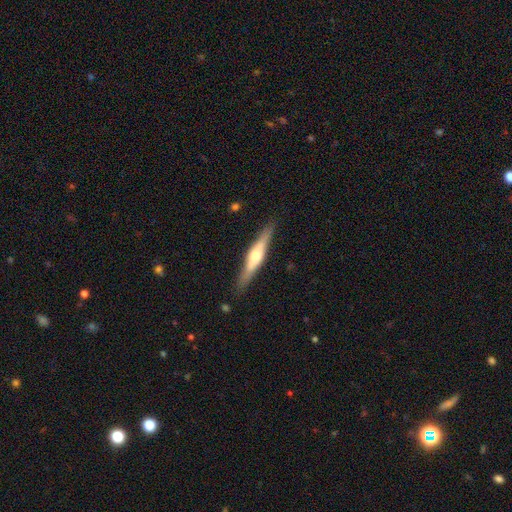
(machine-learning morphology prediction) Q: Smooth or featured?
A: featured or disk (64%); runner-up: smooth (31%)
Q: Edge-on disk?
A: yes (96%); runner-up: no (4%)
Q: Edge-on bulge?
A: rounded (88%); runner-up: boxy (7%)
Q: Merging?
A: none (89%); runner-up: minor disturbance (8%)